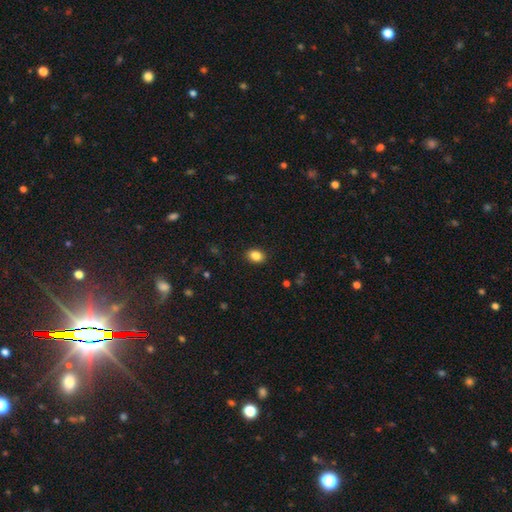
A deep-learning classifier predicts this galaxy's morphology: A smooth galaxy with no disk features (86%) that is in between round and cigar-shaped (68%).

Vote fractions:
- Smooth or featured? smooth: 86% / star or artifact: 9% / featured or disk: 5%
- How rounded? in between: 68% / round: 31% / cigar-shaped: 1%
- Merging? none: 89% / minor disturbance: 8% / major disturbance: 2% / merger: 1%